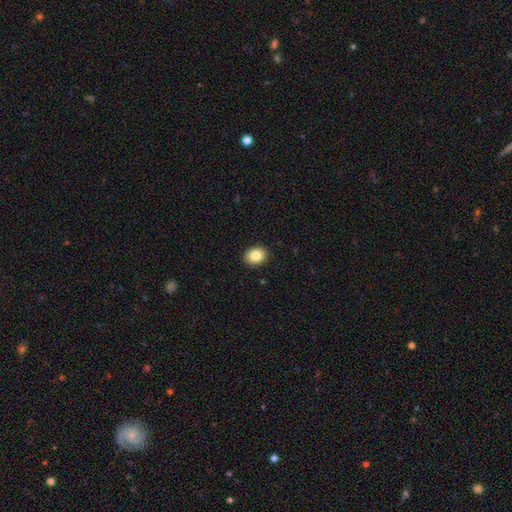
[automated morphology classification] A smooth galaxy with no disk features (84%) that is in between round and cigar-shaped (51%).

Vote fractions:
- Smooth or featured? smooth: 84% / star or artifact: 9% / featured or disk: 7%
- How rounded? in between: 51% / round: 48% / cigar-shaped: 1%
- Merging? none: 91% / minor disturbance: 6% / major disturbance: 2% / merger: 1%